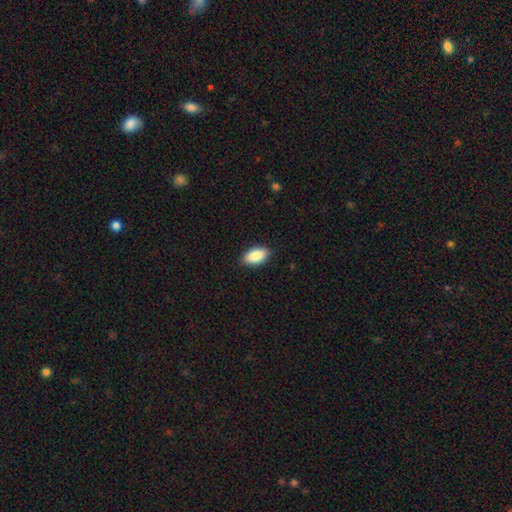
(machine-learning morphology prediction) type=smooth (89%); roundness=in between (93%); merging=none (89%).